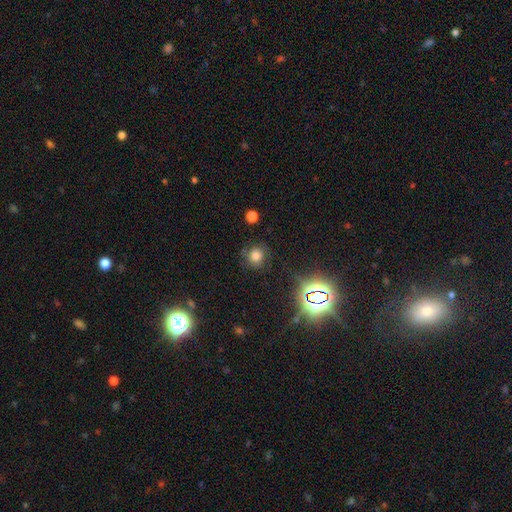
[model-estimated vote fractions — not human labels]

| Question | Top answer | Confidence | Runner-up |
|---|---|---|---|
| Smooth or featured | smooth | 65% | star or artifact (23%) |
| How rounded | round | 85% | in between (14%) |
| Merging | none | 76% | minor disturbance (15%) |